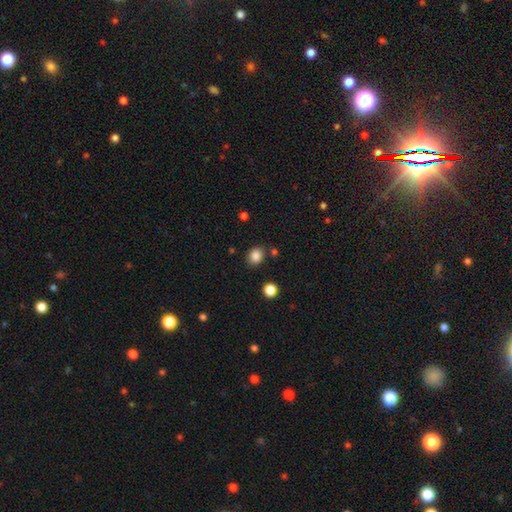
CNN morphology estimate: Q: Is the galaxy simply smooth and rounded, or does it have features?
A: smooth — 85%.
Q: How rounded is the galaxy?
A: round — 55%.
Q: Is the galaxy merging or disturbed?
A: none — 81%.